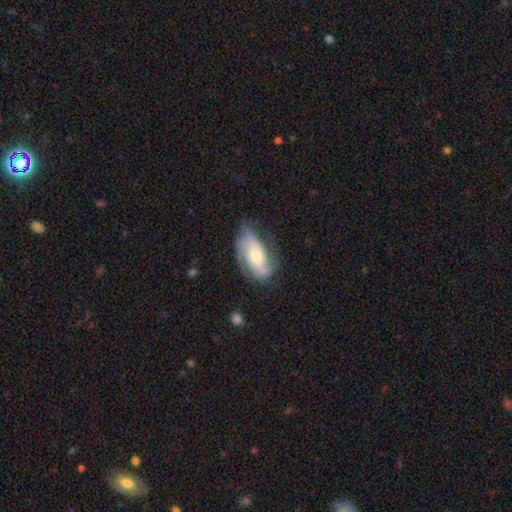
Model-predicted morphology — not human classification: Smooth or featured: featured or disk — 70% (smooth — 23%)
Edge-on disk: no — 94% (yes — 6%)
Bar: no — 59% (weak — 31%)
Spiral arms: yes — 90% (no — 10%)
Spiral winding: medium — 43% (tight — 31%)
Spiral arm count: 2 — 53% (can't tell — 20%)
Bulge size: moderate — 48% (small — 43%)
Merging: none — 59% (minor disturbance — 26%)